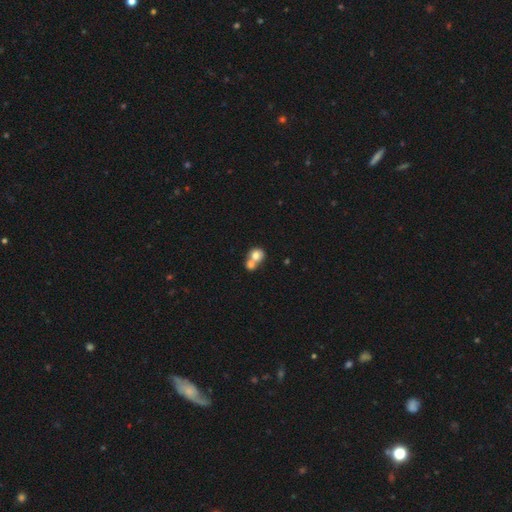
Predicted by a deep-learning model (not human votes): This is likely a smooth galaxy (74%). How rounded: likely round (69%). Merging: likely merger (68%).